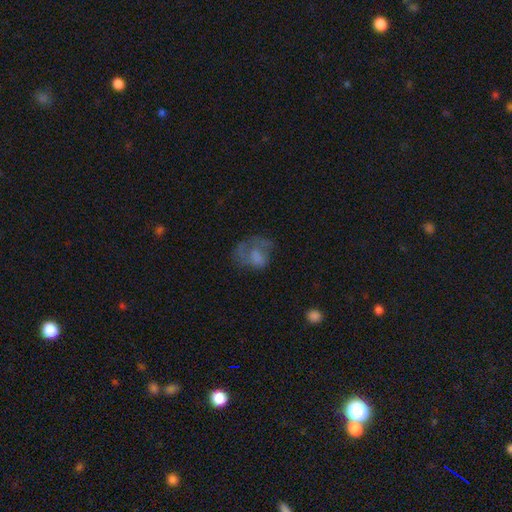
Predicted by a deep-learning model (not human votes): This appears to be a smooth galaxy with no disk features (51%) that is in between round and cigar-shaped (56%). Merging: major disturbance (41%).